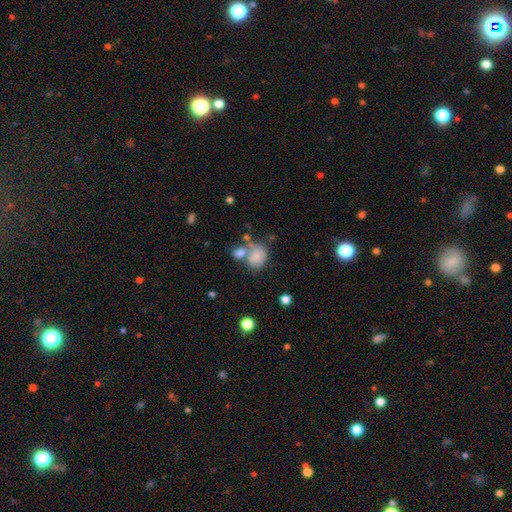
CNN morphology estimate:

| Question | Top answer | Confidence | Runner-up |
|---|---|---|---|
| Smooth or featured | smooth | 77% | featured or disk (14%) |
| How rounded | in between | 51% | round (48%) |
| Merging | merger | 41% | none (36%) |